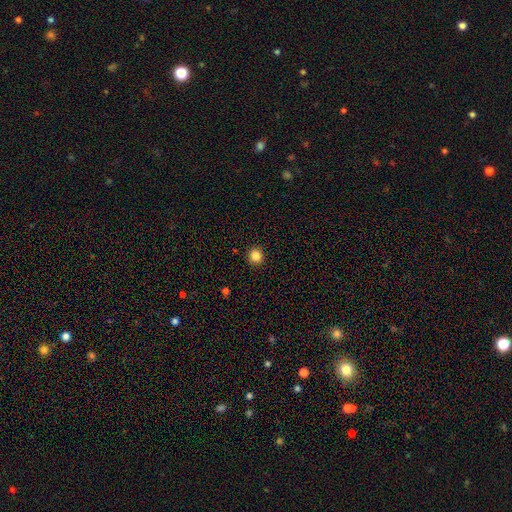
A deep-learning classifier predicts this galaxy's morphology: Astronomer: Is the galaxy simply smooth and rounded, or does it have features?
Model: smooth — 84%.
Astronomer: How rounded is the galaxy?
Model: round — 92%.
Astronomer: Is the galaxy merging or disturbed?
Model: none — 93%.